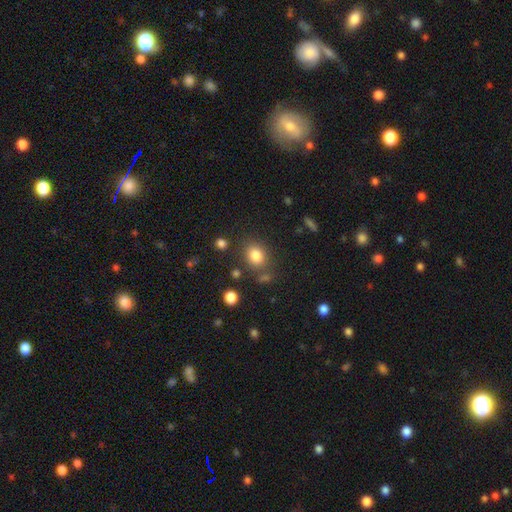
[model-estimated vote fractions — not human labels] A smooth galaxy with no disk features (82%) that is round (58%).

Vote fractions:
- Smooth or featured? smooth: 82% / star or artifact: 11% / featured or disk: 7%
- How rounded? round: 58% / in between: 41% / cigar-shaped: 1%
- Merging? none: 77% / minor disturbance: 12% / merger: 6% / major disturbance: 5%